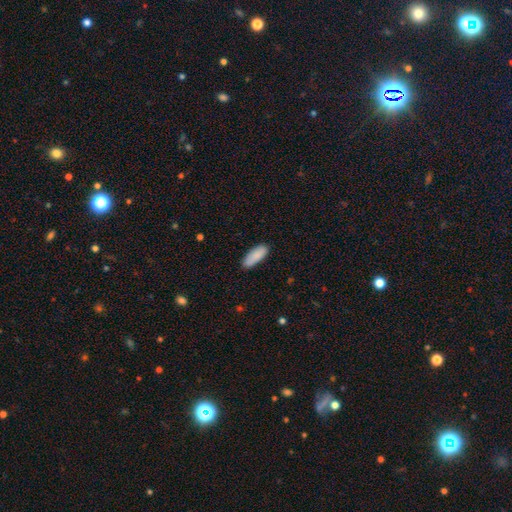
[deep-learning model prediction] A smooth galaxy with no disk features (89%) that is in between round and cigar-shaped (76%). Merging: none (83%).